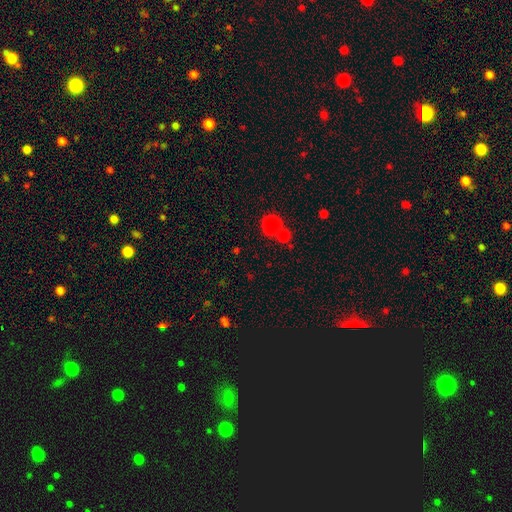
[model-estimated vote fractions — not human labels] This appears to be a smooth galaxy with no disk features (76%) that is round (71%). Merging: none (55%).